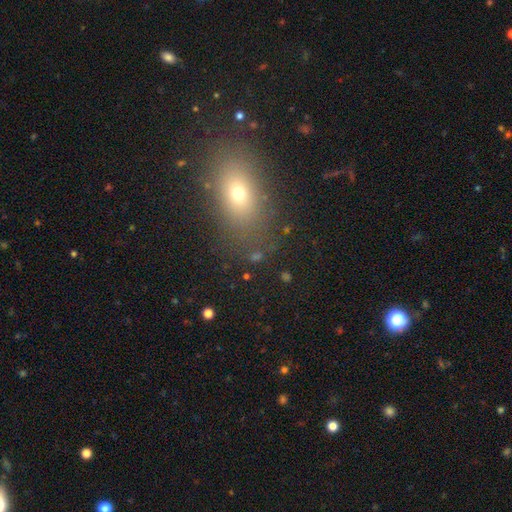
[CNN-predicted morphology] type=smooth (59%); roundness=in between (62%); merging=none (76%).